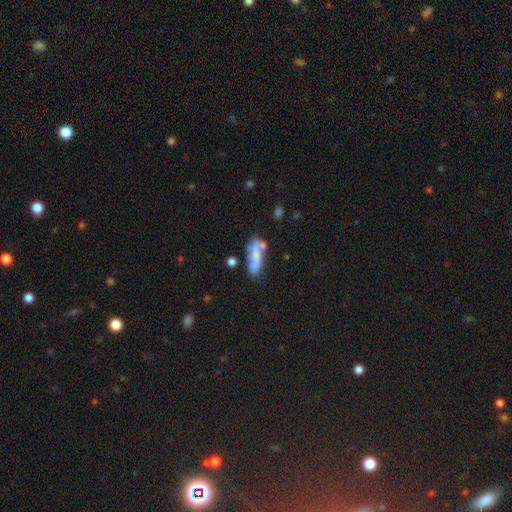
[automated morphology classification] A smooth galaxy with no disk features (53%) that is in between round and cigar-shaped (59%). Merging: none (47%).